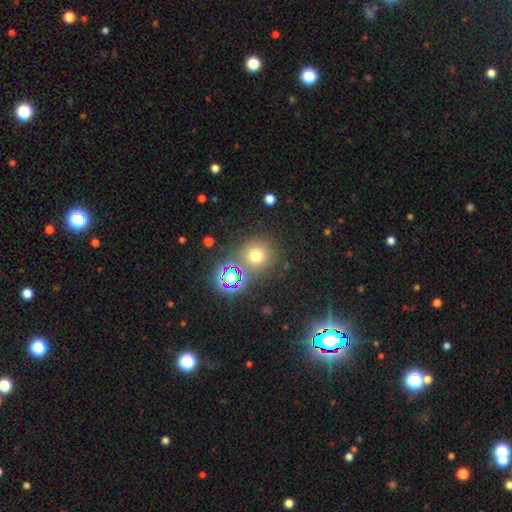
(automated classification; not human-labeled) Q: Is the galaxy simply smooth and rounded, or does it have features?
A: smooth — 64%.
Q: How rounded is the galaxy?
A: round — 91%.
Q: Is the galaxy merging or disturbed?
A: none — 77%.